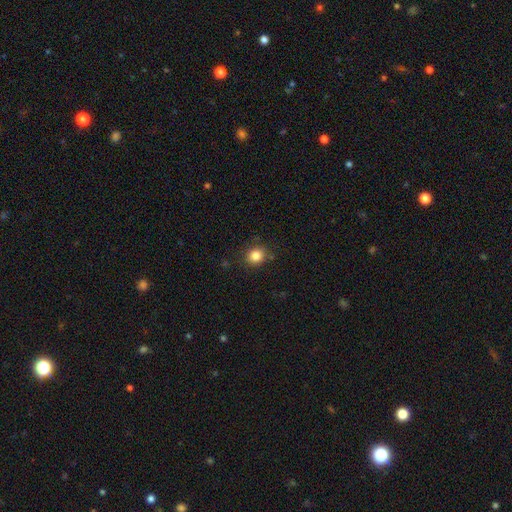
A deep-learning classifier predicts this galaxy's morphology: smooth 84%, star or artifact 11%, featured or disk 5%. Down the decision tree: how rounded — round (74%); merging — none (84%).